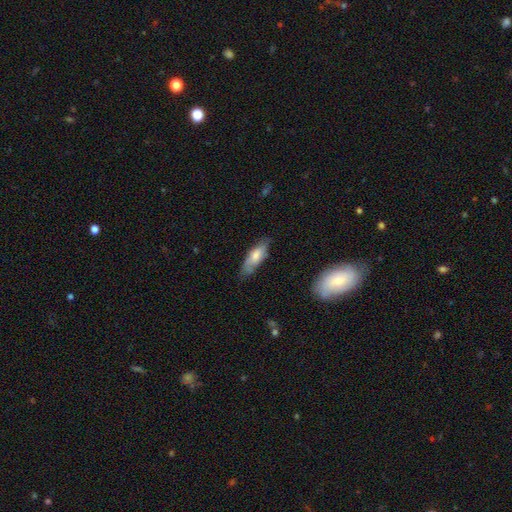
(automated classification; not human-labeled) smooth 70%, featured or disk 24%, star or artifact 6%. Down the decision tree: how rounded — in between (58%); merging — none (69%).